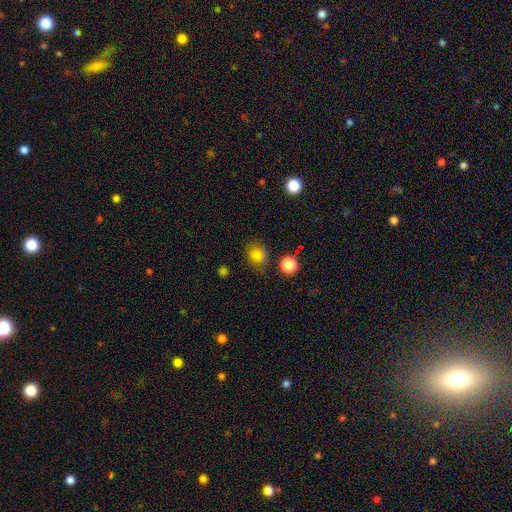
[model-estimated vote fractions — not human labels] smooth_or_featured: smooth (p=0.73) [alt: star or artifact p=0.18]
how_rounded: round (p=0.70) [alt: in between p=0.28]
merging: none (p=0.67) [alt: minor disturbance p=0.17]